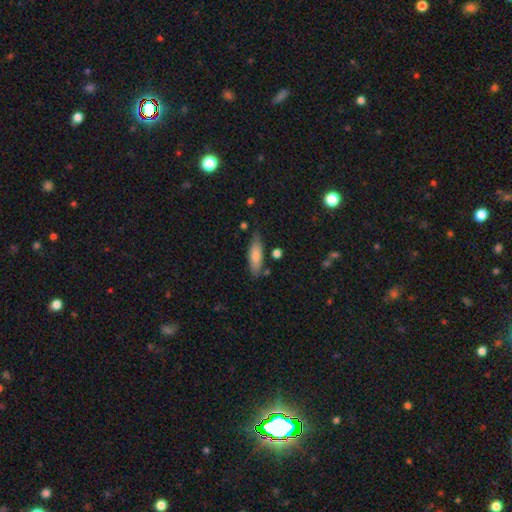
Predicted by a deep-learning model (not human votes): smooth 76%, featured or disk 18%, star or artifact 6%. Down the decision tree: how rounded — in between (56%); merging — none (74%).